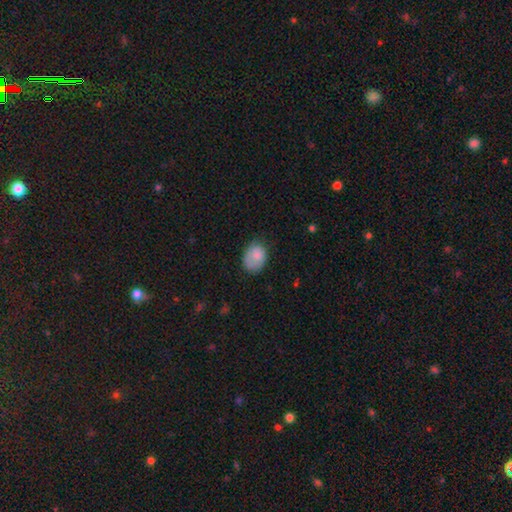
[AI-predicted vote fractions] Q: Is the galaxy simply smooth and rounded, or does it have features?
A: smooth — 82%.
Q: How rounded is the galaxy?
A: in between — 69%.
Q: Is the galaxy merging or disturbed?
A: none — 57%.